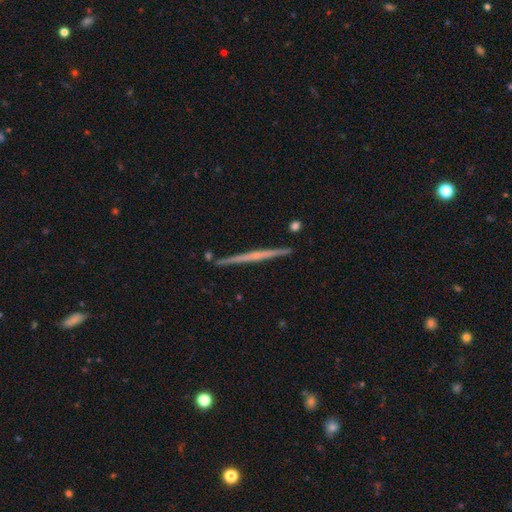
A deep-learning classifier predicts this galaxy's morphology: This appears to be a featured or disk galaxy (66%) viewed edge-on (98%) with no central bulge (77%). Merging: none (91%).